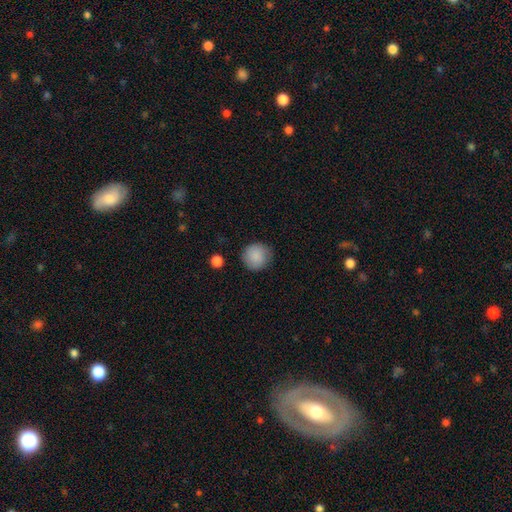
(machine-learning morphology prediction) A smooth galaxy with no disk features (88%) that is round (92%). Merging: none (85%).